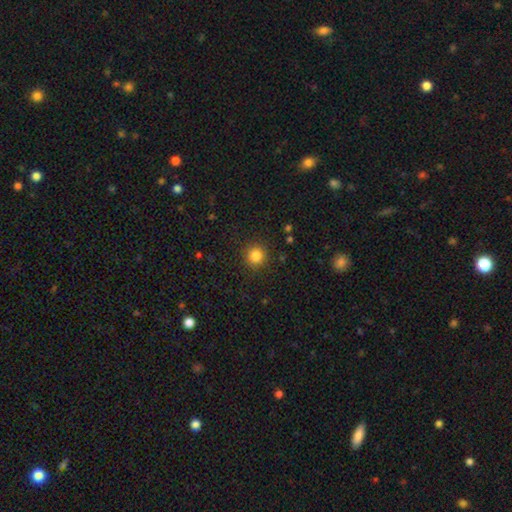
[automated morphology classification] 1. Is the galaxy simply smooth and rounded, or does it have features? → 83% smooth, 12% star or artifact, 5% featured or disk.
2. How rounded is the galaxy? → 94% round, 5% in between, 1% cigar-shaped.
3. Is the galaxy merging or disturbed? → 90% none, 6% minor disturbance, 2% major disturbance, 1% merger.